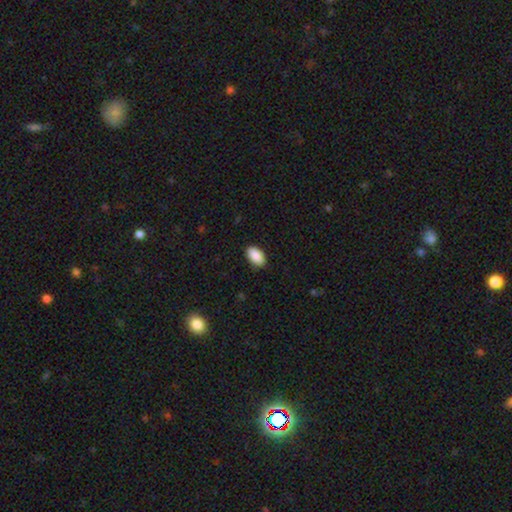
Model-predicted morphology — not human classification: This is clearly a smooth galaxy (90%). How rounded: clearly in between (95%). Merging: clearly none (87%).